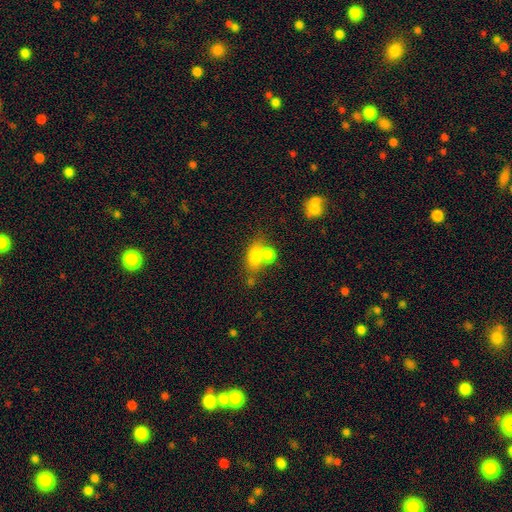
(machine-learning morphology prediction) Smooth or featured?
  - smooth: 76% *
  - featured or disk: 14%
  - star or artifact: 10%
How rounded?
  - in between: 71% *
  - round: 24%
  - cigar-shaped: 5%
Merging?
  - merger: 50% *
  - none: 34%
  - minor disturbance: 10%
  - major disturbance: 6%